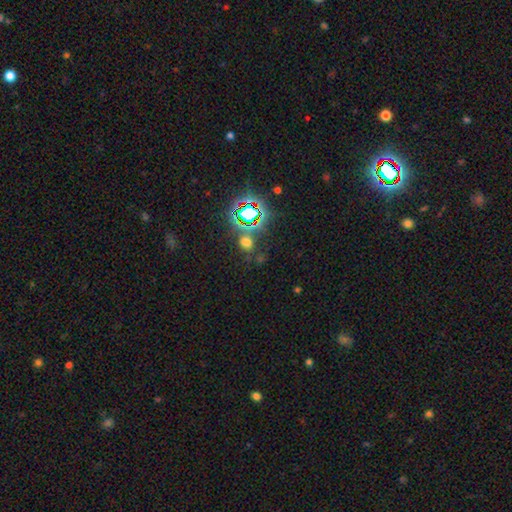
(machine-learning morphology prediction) This appears to be a star or artifact, not a galaxy (74%).